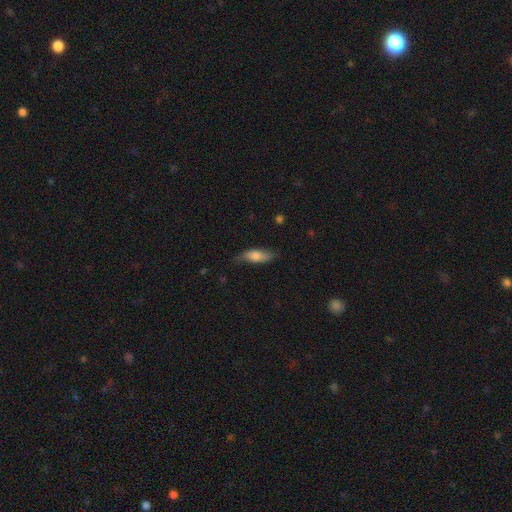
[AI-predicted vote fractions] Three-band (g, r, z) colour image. It shows a smooth galaxy with no disk features (69%) that is in between round and cigar-shaped (62%). Merging: none (68%).